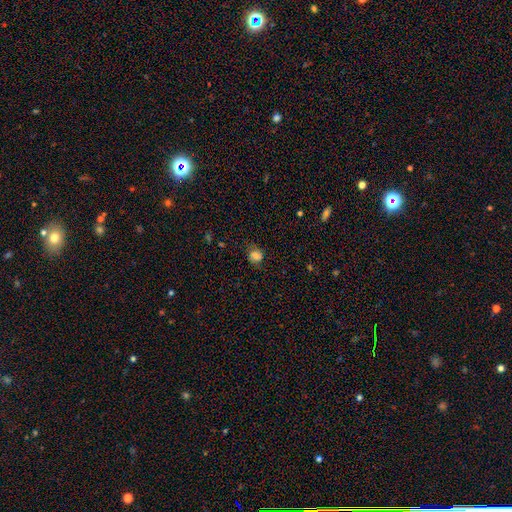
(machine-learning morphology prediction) The model was most divided on "how rounded": round: 65%, in between: 34%, cigar-shaped: 1%. More confident: smooth or featured — smooth (74%); merging — none (66%).